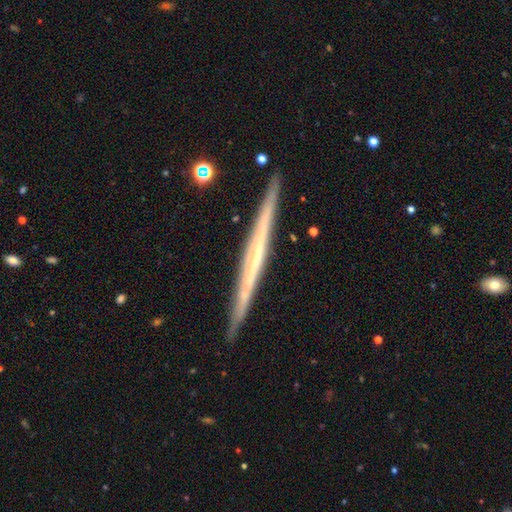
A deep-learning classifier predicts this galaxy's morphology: A featured or disk galaxy (67%) viewed edge-on (98%) with no central bulge (87%). Merging: none (91%).